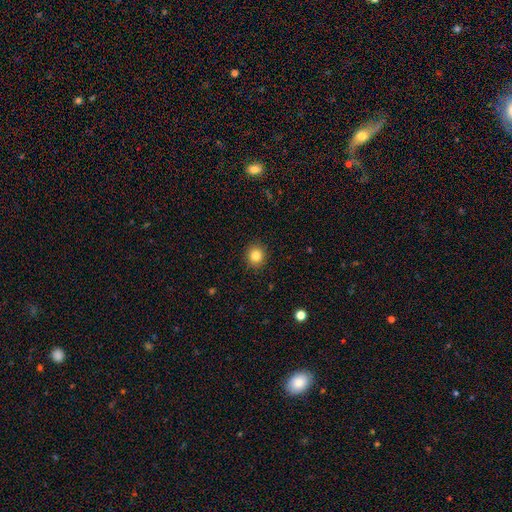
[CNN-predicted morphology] type=smooth (83%); roundness=round (87%); merging=none (91%).